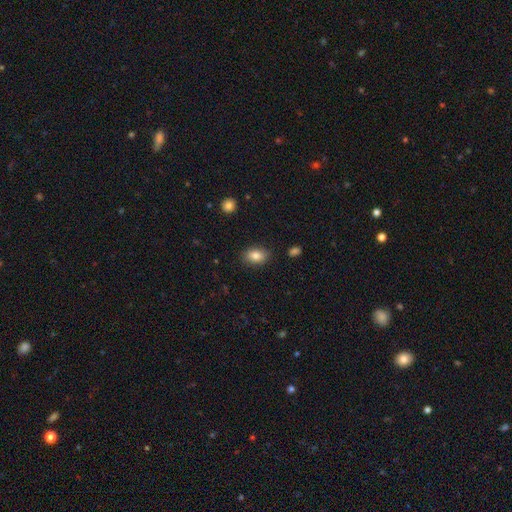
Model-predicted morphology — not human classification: Smooth or featured? Predicted: smooth (p=0.83). How rounded? Predicted: in between (p=0.84). Merging? Predicted: none (p=0.86).